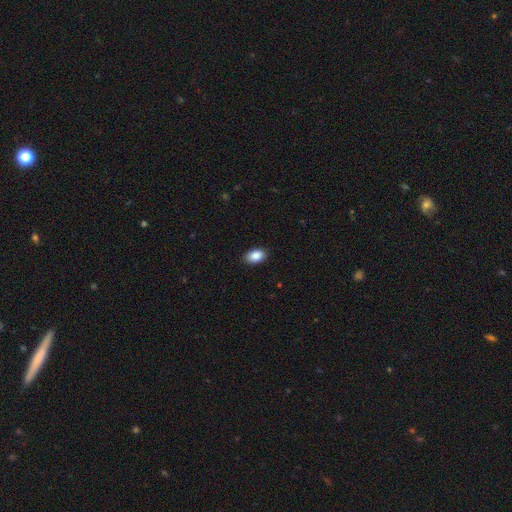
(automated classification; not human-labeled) smooth-or-featured: smooth: 88% | star or artifact: 7% | featured or disk: 4%
  how-rounded: in between: 89% | round: 10% | cigar-shaped: 1%
  merging: none: 88% | minor disturbance: 9% | major disturbance: 2% | merger: 1%